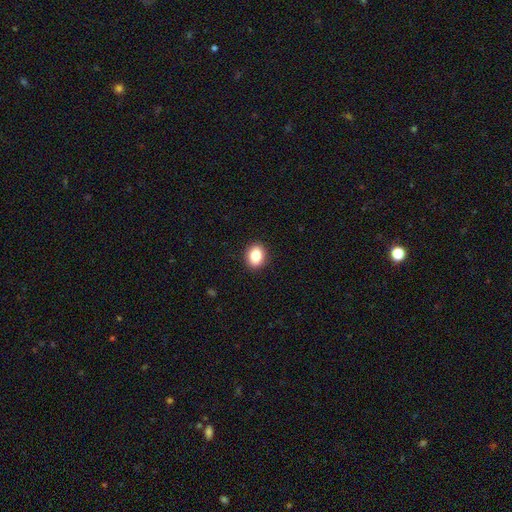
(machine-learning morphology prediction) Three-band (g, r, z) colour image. It shows a smooth galaxy with no disk features (85%) that is in between round and cigar-shaped (59%). Merging: none (91%).